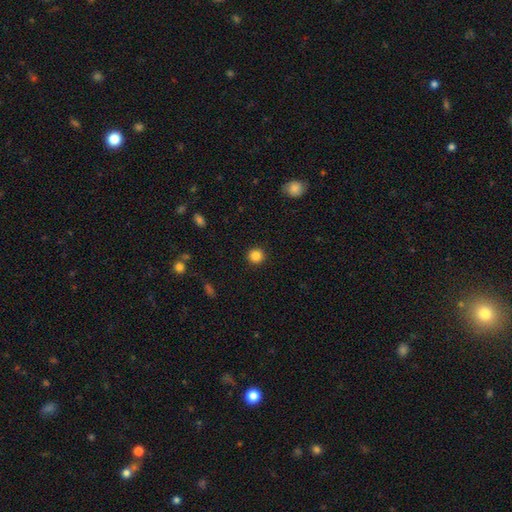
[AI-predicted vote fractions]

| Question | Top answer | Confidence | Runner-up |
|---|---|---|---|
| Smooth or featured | smooth | 86% | star or artifact (10%) |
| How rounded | round | 94% | in between (5%) |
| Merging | none | 92% | minor disturbance (5%) |